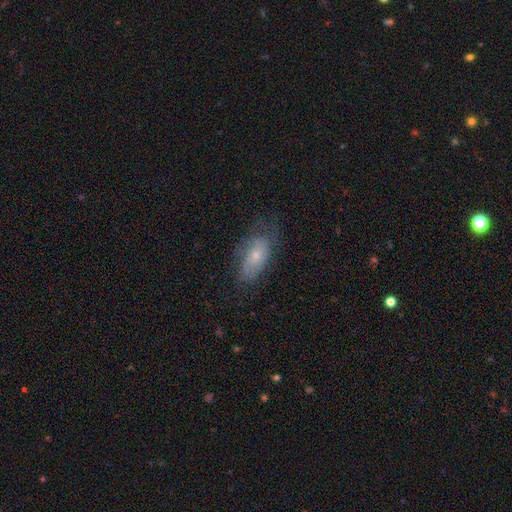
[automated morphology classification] Smooth or featured?
  - smooth: 59% *
  - featured or disk: 33%
  - star or artifact: 9%
How rounded?
  - in between: 87% *
  - cigar-shaped: 8%
  - round: 5%
Merging?
  - none: 56% *
  - minor disturbance: 29%
  - major disturbance: 14%
  - merger: 2%